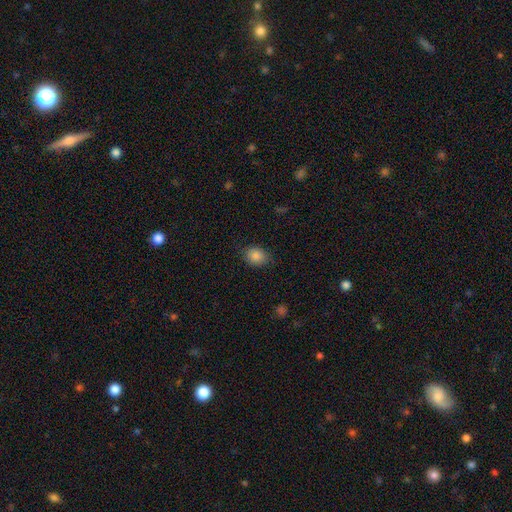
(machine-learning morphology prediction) smooth 86%, star or artifact 9%, featured or disk 5%. Down the decision tree: how rounded — in between (51%); merging — none (84%).